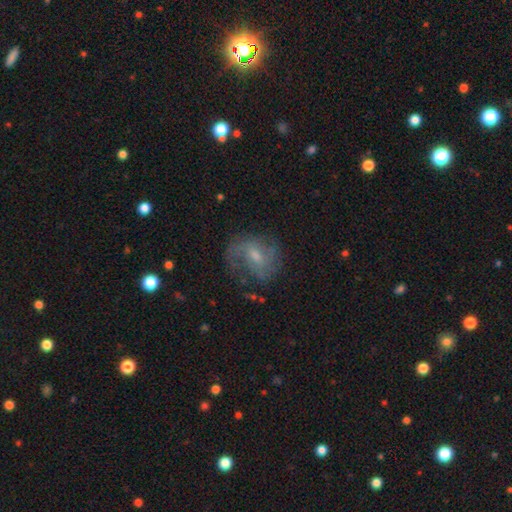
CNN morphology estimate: A featured or disk galaxy (63%) with a weak bar (50%), spiral arms (80%) and a small central bulge (46%).

Vote fractions:
- Smooth or featured? featured or disk: 63% / smooth: 28% / star or artifact: 9%
- Edge-on disk? no: 97% / yes: 3%
- Bar? weak: 50% / no: 41% / strong: 9%
- Spiral arms? yes: 80% / no: 20%
- Bulge size? small: 46% / moderate: 43% / none: 6% / large: 3% / dominant: 1%
- Merging? none: 57% / minor disturbance: 23% / major disturbance: 18% / merger: 2%